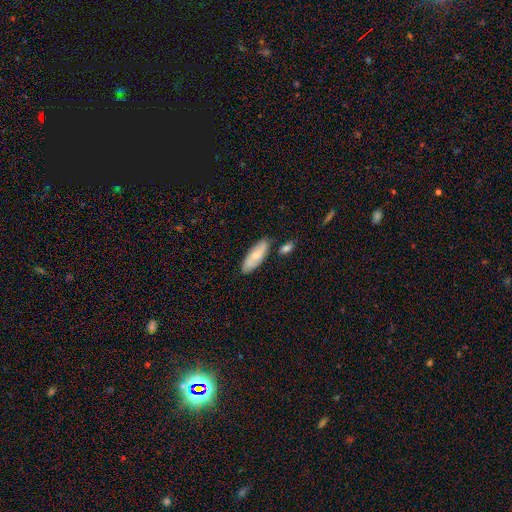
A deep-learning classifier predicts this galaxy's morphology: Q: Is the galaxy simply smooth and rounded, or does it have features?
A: smooth — 62%.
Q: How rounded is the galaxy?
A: in between — 70%.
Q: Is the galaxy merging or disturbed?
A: none — 77%.